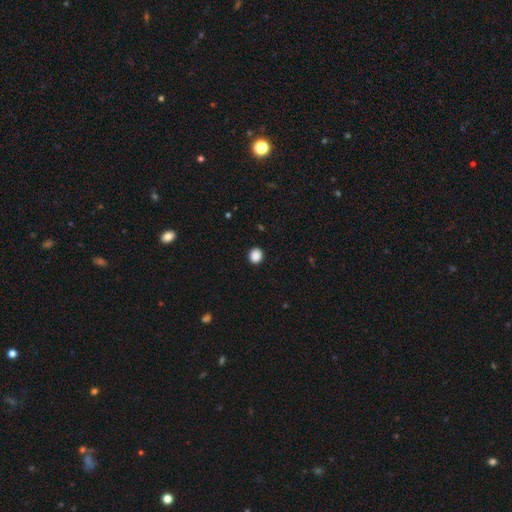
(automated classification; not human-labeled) The model was most divided on "how rounded": round: 77%, in between: 22%, cigar-shaped: 1%. More confident: merging — none (92%); smooth or featured — smooth (89%).